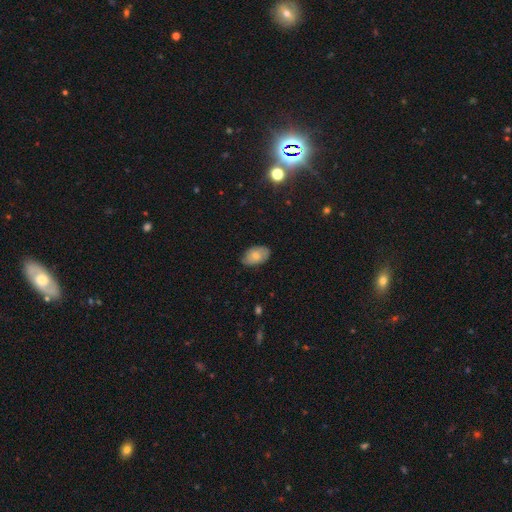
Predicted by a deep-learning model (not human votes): Smooth or featured? Predicted: smooth (p=0.71). How rounded? Predicted: in between (p=0.91). Merging? Predicted: none (p=0.76).